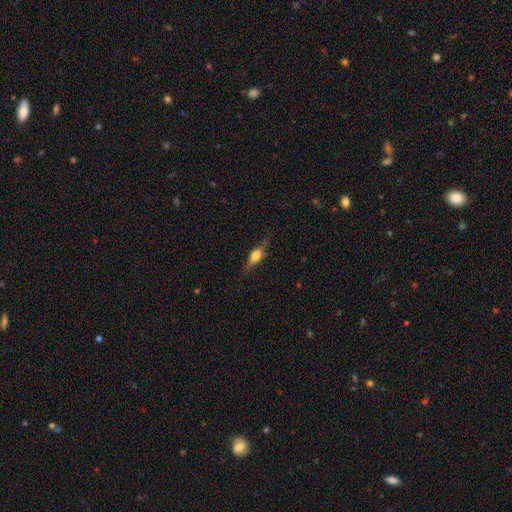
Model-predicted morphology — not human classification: This is possibly a smooth galaxy (47%). Merging: likely none (76%).